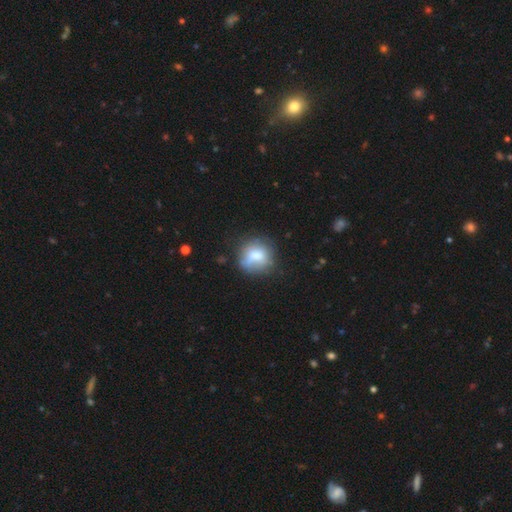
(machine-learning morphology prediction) This is likely a smooth galaxy (68%). How rounded: clearly round (82%). Merging: possibly none (57%).